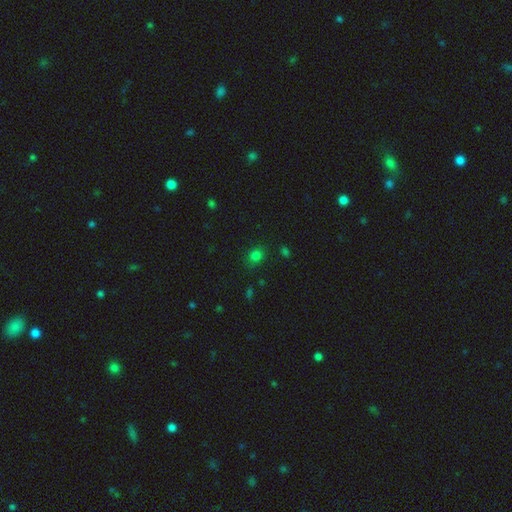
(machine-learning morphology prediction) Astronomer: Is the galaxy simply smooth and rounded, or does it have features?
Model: smooth — 77%.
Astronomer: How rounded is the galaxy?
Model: round — 59% (runner-up: in between, 40%).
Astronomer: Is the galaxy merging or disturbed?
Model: none — 81%.